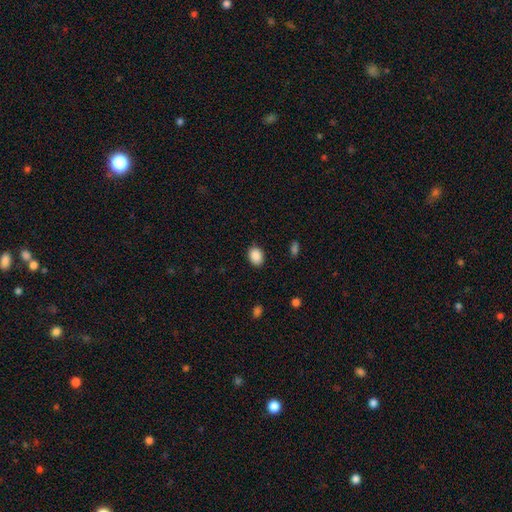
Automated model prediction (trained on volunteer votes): The model was most divided on "how rounded": in between: 66%, round: 33%, cigar-shaped: 1%. More confident: smooth or featured — smooth (89%); merging — none (87%).